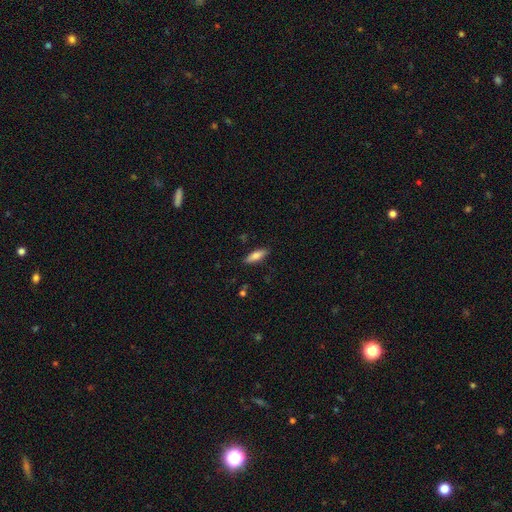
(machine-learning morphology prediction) Overall: smooth (75%). How rounded: in between (54%; cigar-shaped 44%). Merging: none (87%).